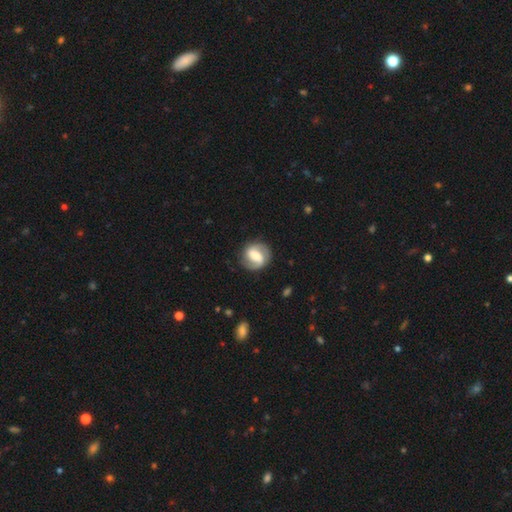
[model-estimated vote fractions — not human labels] Smooth or featured: featured or disk — 76% (smooth — 19%)
Edge-on disk: no — 97% (yes — 3%)
Bar: weak — 42% (strong — 39%)
Spiral arms: yes — 91% (no — 9%)
Spiral winding: medium — 45% (tight — 30%)
Spiral arm count: 2 — 88% (1 — 4%)
Bulge size: moderate — 56% (small — 24%)
Merging: none — 83% (minor disturbance — 11%)